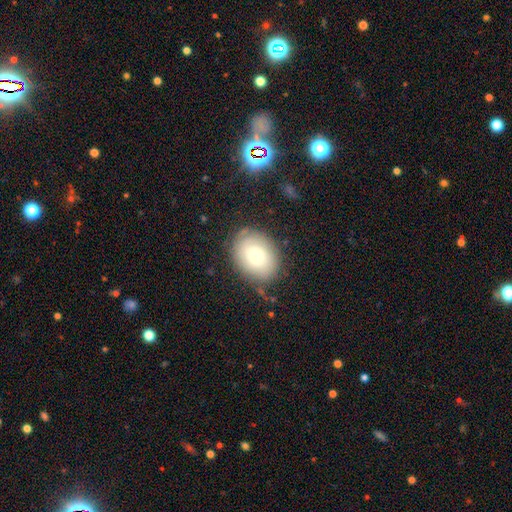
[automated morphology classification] This is likely a smooth galaxy (72%). How rounded: likely in between (60%). Merging: likely none (78%).